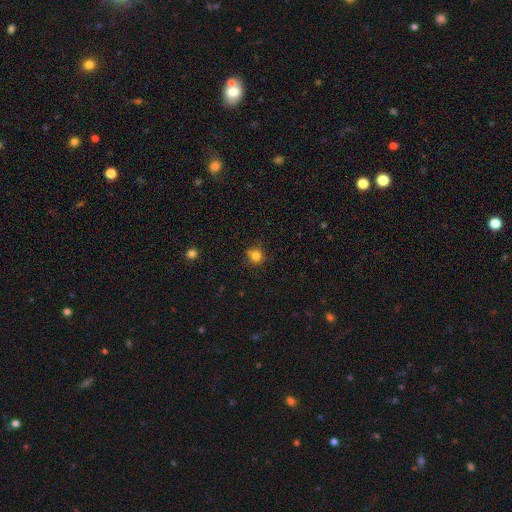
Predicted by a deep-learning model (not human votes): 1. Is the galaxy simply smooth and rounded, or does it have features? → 81% smooth, 13% star or artifact, 6% featured or disk.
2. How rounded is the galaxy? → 91% round, 8% in between, 1% cigar-shaped.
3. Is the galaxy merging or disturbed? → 78% none, 14% minor disturbance, 5% merger, 3% major disturbance.